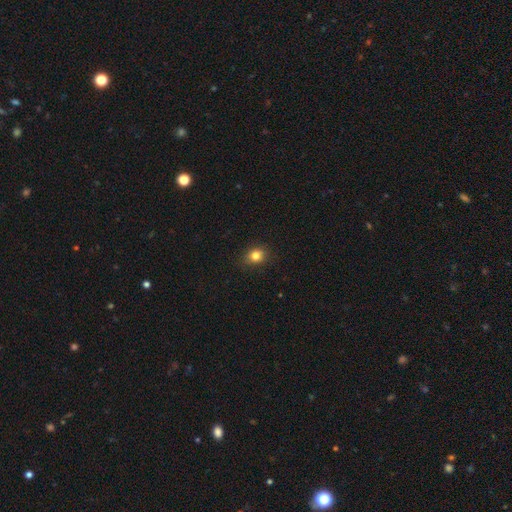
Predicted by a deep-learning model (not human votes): Morphology: type=smooth (81%); roundness=round (60%); merging=none (83%).